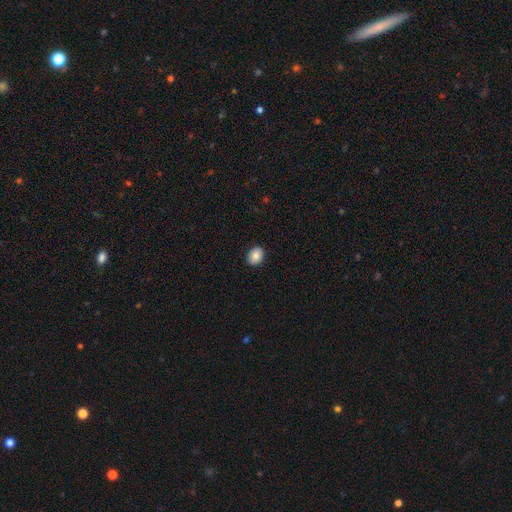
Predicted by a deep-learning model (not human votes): Morphology: type=smooth (84%); roundness=in between (65%); merging=none (90%).